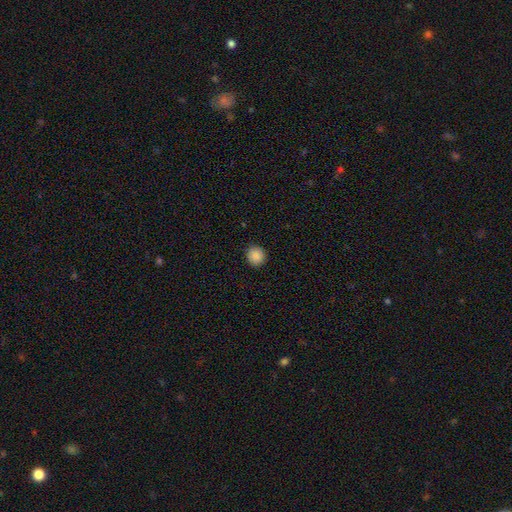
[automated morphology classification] Smooth or featured? smooth (89%)
How rounded? round (89%)
Merging? none (92%)